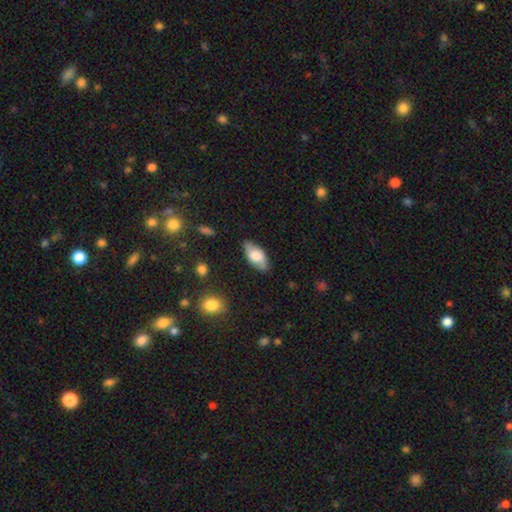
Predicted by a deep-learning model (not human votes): Smooth or featured? smooth (66%)
How rounded? in between (91%)
Merging? none (81%)